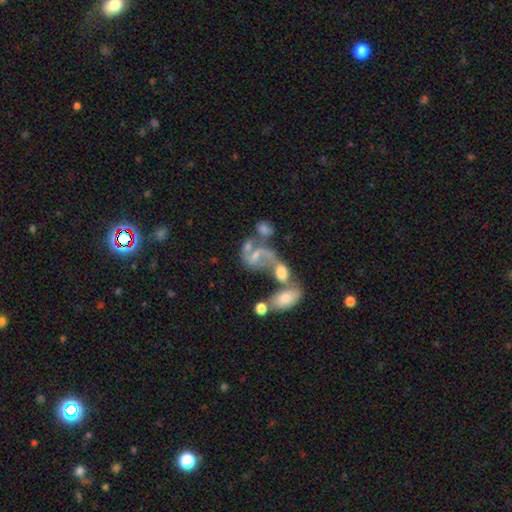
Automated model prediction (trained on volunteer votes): Morphology: type=featured or disk (61%); edge-on=no (97%); bar=no (43%); spiral arms=yes (69%); bulge=small (38%); merging=merger (54%).